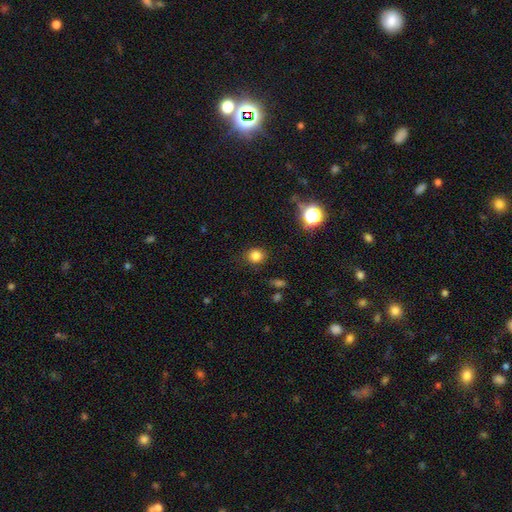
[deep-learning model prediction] Overall: smooth (81%). How rounded: round (80%). Merging: none (86%).